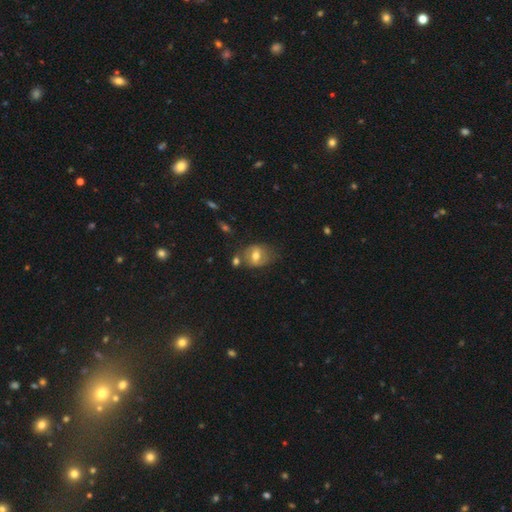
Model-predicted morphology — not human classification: Overall: smooth (49%; featured or disk 42%). Merging: none (57%; minor disturbance 23%).